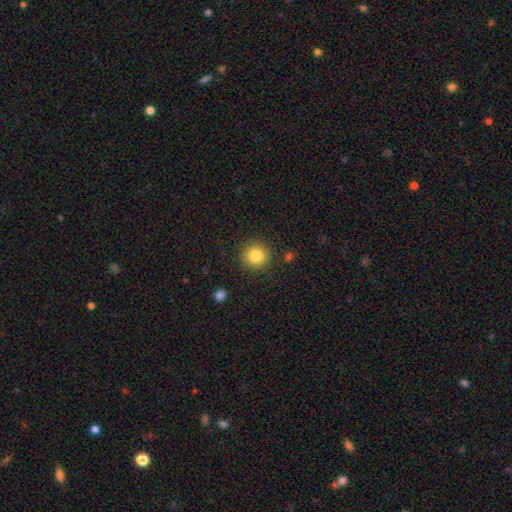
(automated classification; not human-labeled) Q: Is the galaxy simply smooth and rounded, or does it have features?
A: smooth — 84%.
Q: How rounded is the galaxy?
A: round — 93%.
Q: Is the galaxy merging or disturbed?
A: none — 88%.